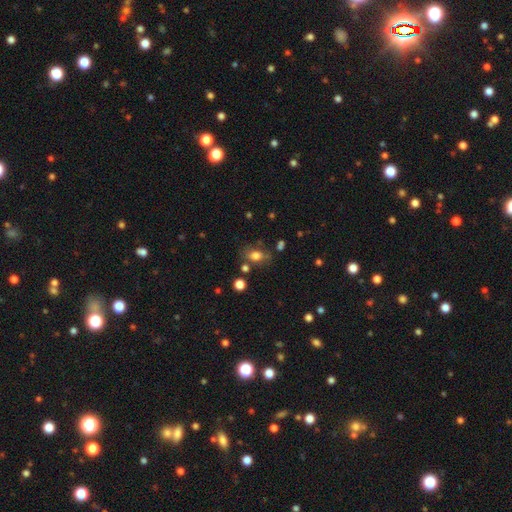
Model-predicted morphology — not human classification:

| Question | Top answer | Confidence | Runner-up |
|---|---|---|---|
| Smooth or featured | smooth | 74% | featured or disk (14%) |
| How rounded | in between | 76% | round (21%) |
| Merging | none | 66% | minor disturbance (19%) |